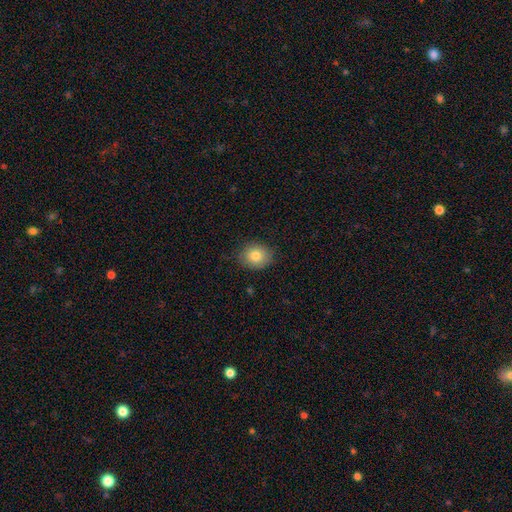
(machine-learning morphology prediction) smooth_or_featured: smooth (p=0.81) [alt: featured or disk p=0.10]
how_rounded: round (p=0.62) [alt: in between p=0.37]
merging: none (p=0.84) [alt: minor disturbance p=0.13]